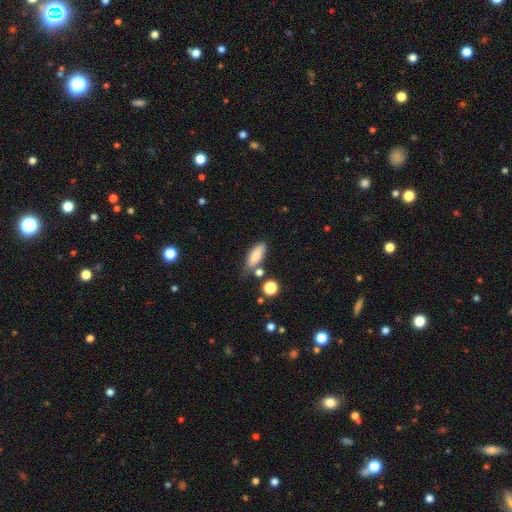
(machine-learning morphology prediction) Smooth or featured? smooth (81%)
How rounded? in between (71%)
Merging? none (58%)